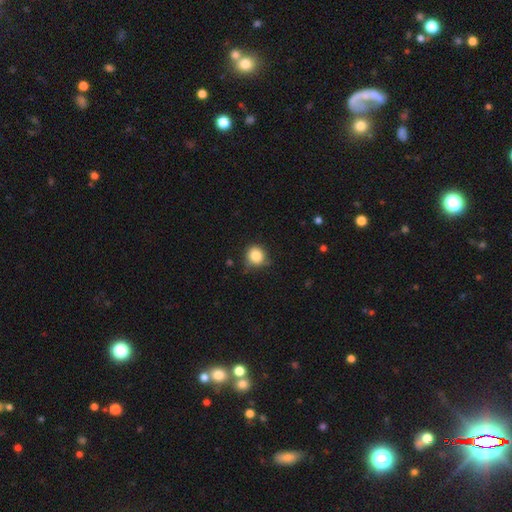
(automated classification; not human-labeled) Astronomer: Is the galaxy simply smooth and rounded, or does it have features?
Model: smooth — 85%.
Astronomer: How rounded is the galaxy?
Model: round — 86%.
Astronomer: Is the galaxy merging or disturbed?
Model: none — 69%.